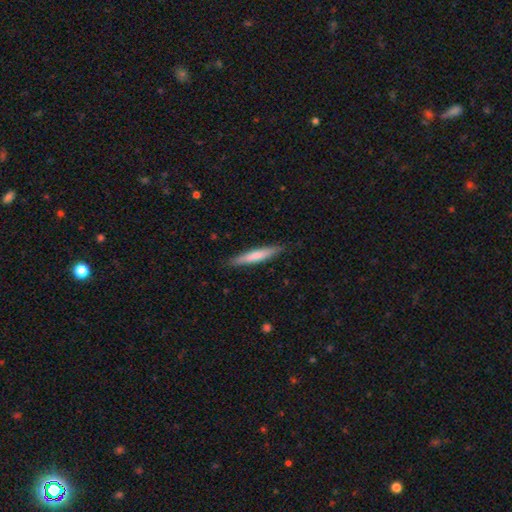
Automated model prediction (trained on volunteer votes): This appears to be a smooth galaxy with no disk features (68%) that is cigar-shaped (92%). Merging: none (88%).